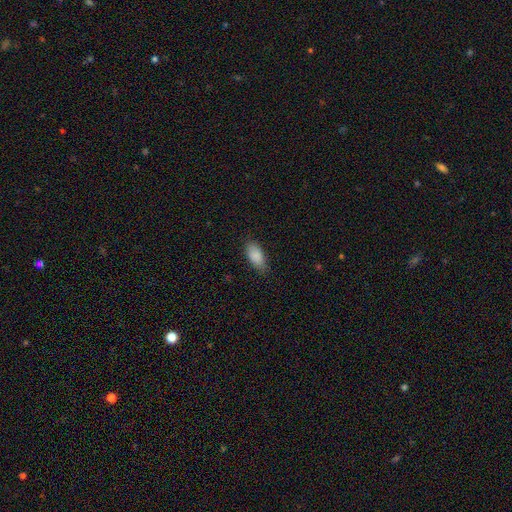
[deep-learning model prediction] smooth-or-featured: smooth: 89% | star or artifact: 7% | featured or disk: 5%
  how-rounded: in between: 89% | cigar-shaped: 8% | round: 2%
  merging: none: 81% | minor disturbance: 15% | major disturbance: 3% | merger: 1%